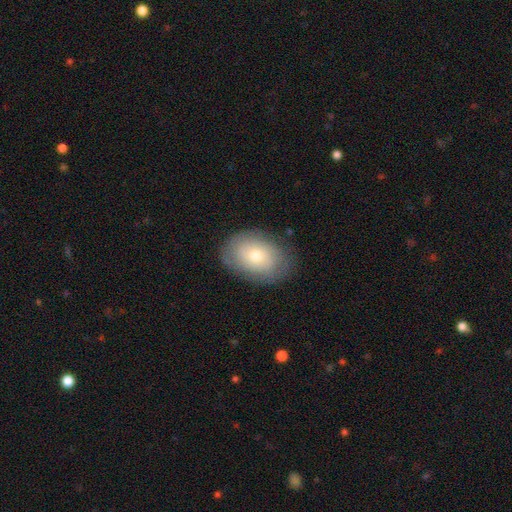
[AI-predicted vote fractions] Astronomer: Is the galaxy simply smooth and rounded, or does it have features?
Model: smooth — 64%.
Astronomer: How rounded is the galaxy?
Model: in between — 77%.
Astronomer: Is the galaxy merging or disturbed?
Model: none — 81%.